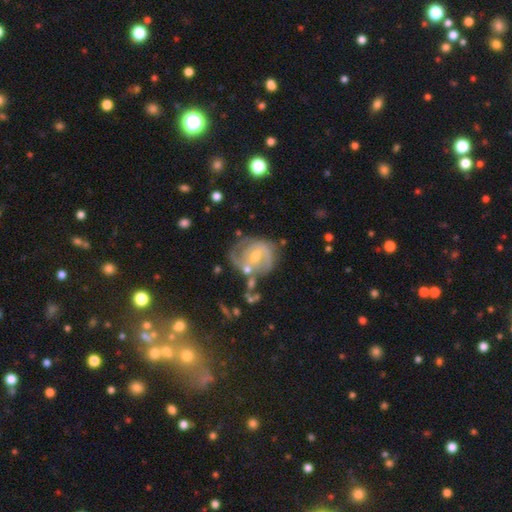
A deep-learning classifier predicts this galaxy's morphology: Smooth or featured? Predicted: featured or disk (p=0.81). Edge-on disk? Predicted: no (p=0.97). Bar? Predicted: weak (p=0.49). Spiral arms? Predicted: yes (p=0.90). Spiral winding? Predicted: tight (p=0.48). Spiral arm count? Predicted: 2 (p=0.51). Bulge size? Predicted: moderate (p=0.51). Merging? Predicted: none (p=0.55).